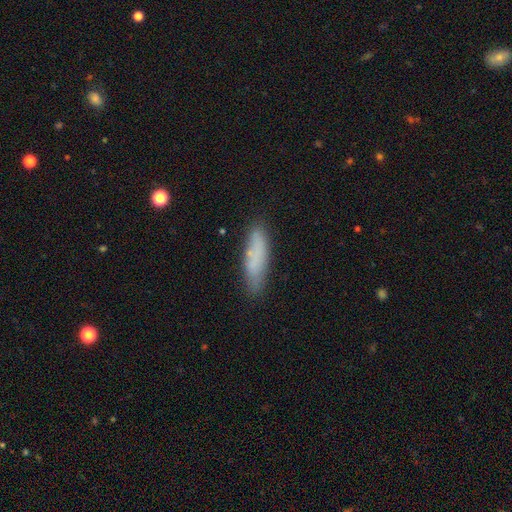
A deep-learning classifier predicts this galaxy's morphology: This appears to be a smooth galaxy with no disk features (72%) that is cigar-shaped (68%). Merging: none (77%).